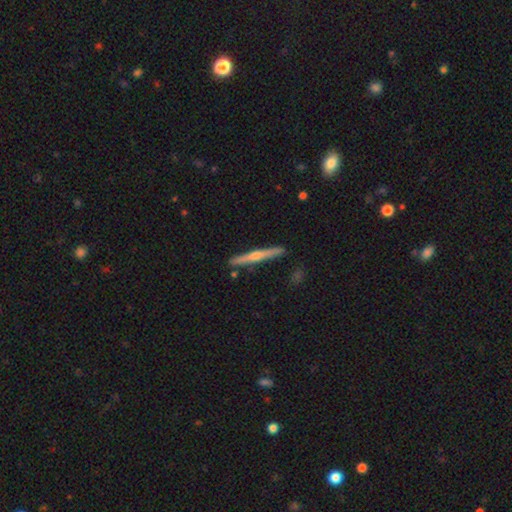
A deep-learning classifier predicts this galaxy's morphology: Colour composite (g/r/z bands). It shows a featured or disk galaxy (64%) viewed edge-on (98%) with a rounded central bulge (82%). Merging: none (89%).